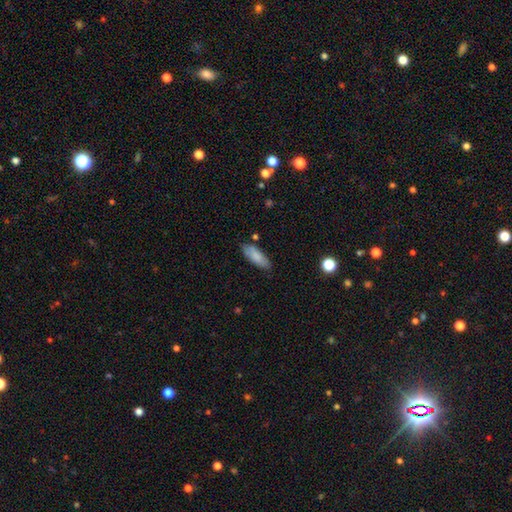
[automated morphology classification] Q: Smooth or featured?
A: smooth (84%); runner-up: featured or disk (10%)
Q: How rounded?
A: in between (69%); runner-up: cigar-shaped (30%)
Q: Merging?
A: none (79%); runner-up: minor disturbance (15%)